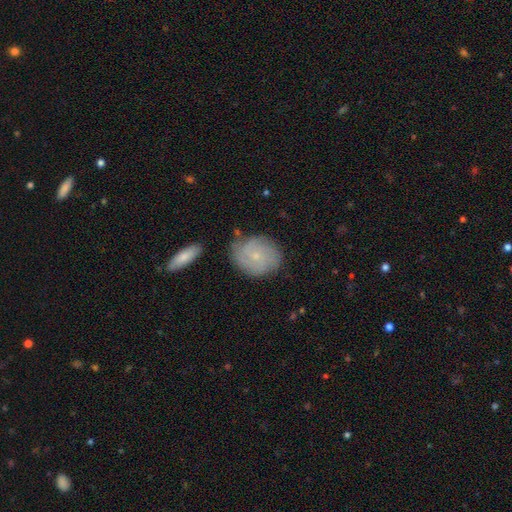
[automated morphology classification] smooth-or-featured: featured or disk: 58% | smooth: 34% | star or artifact: 8%
  disk-edge-on: no: 96% | yes: 4%
    bar: no: 79% | weak: 19% | strong: 2%
    has-spiral-arms: yes: 85% | no: 15%
    bulge-size: small: 82% | moderate: 13% | none: 3% | large: 1% | dominant: 1%
  merging: none: 74% | minor disturbance: 18% | major disturbance: 5% | merger: 3%